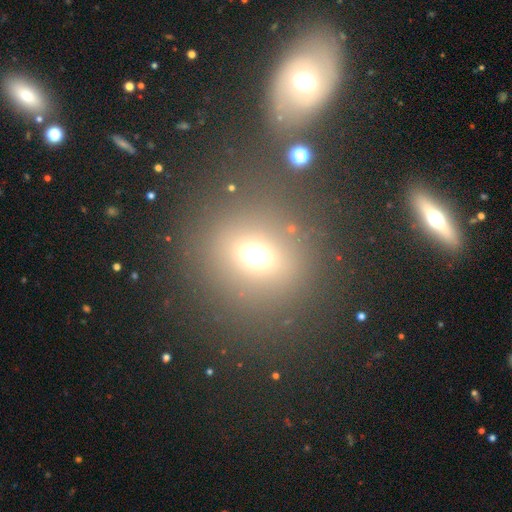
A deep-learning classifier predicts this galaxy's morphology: smooth 64%, star or artifact 26%, featured or disk 11%. Down the decision tree: how rounded — round (73%); merging — none (76%).